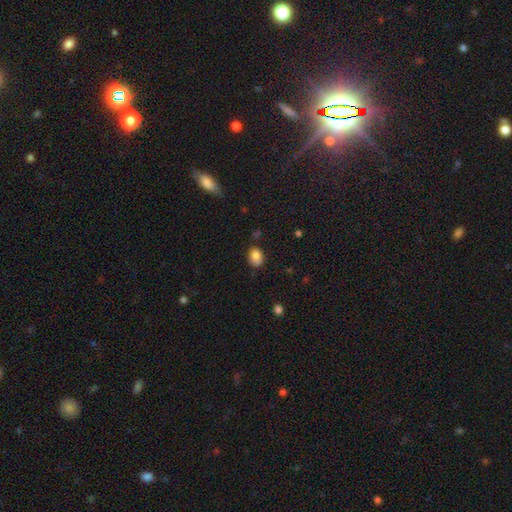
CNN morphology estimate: A smooth galaxy with no disk features (82%) that is in between round and cigar-shaped (61%). Merging: none (62%).